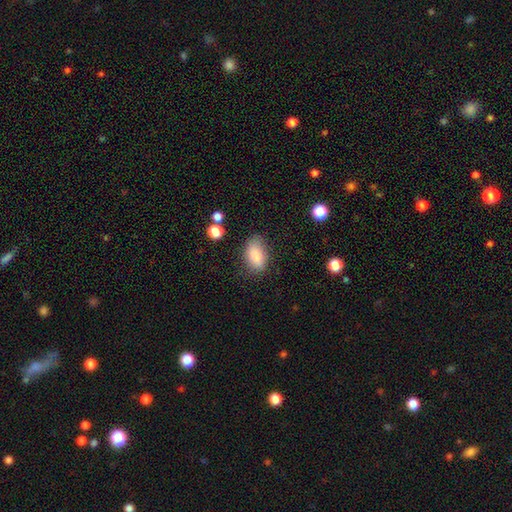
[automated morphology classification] smooth_or_featured: smooth (p=0.85) [alt: star or artifact p=0.08]
how_rounded: in between (p=0.90) [alt: round p=0.06]
merging: none (p=0.72) [alt: minor disturbance p=0.20]